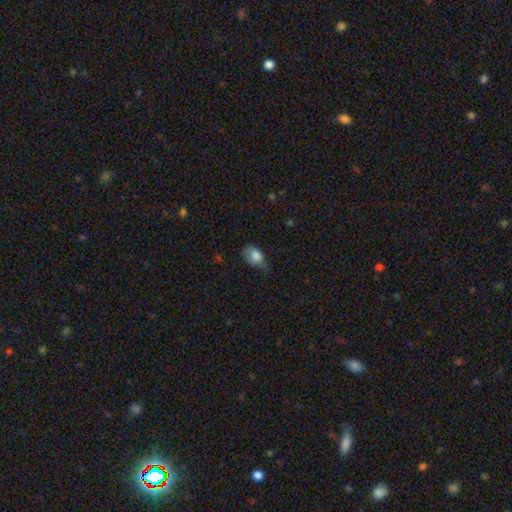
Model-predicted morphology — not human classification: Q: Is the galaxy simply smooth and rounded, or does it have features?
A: smooth — 82%.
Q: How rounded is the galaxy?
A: in between — 74%.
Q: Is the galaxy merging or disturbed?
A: minor disturbance — 43%.